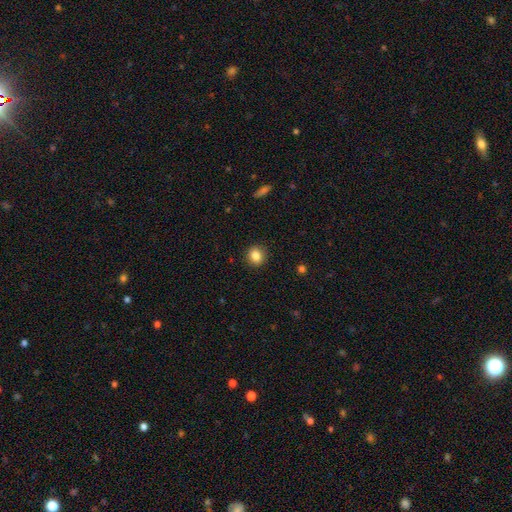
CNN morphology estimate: Smooth or featured? Predicted: smooth (p=0.85). How rounded? Predicted: round (p=0.78). Merging? Predicted: none (p=0.90).